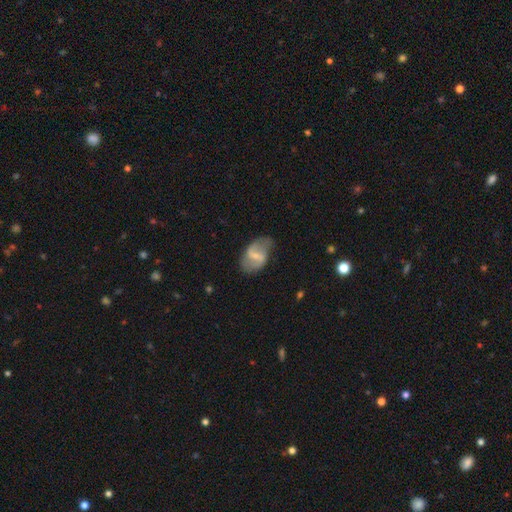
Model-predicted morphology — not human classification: smooth_or_featured: featured or disk (p=0.74) [alt: smooth p=0.21]
disk_edge_on: no (p=0.97) [alt: yes p=0.03]
bar: weak (p=0.47) [alt: strong p=0.41]
has_spiral_arms: yes (p=0.82) [alt: no p=0.18]
spiral_winding: loose (p=0.52) [alt: medium p=0.36]
spiral_arm_count: 2 (p=0.87) [alt: can't tell p=0.07]
bulge_size: small (p=0.61) [alt: moderate p=0.26]
merging: none (p=0.69) [alt: minor disturbance p=0.22]